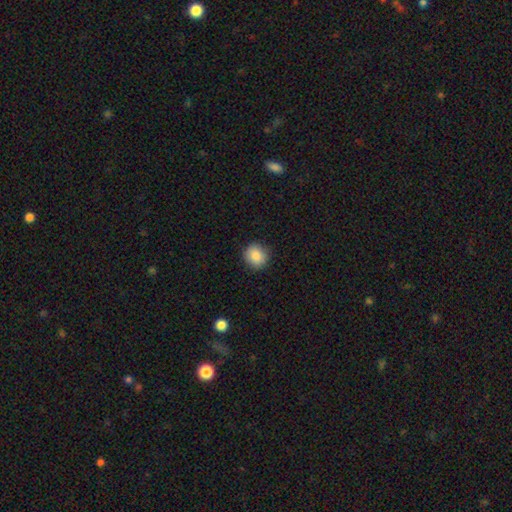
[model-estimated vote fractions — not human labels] smooth 86%, star or artifact 8%, featured or disk 6%. Down the decision tree: how rounded — round (89%); merging — none (90%).